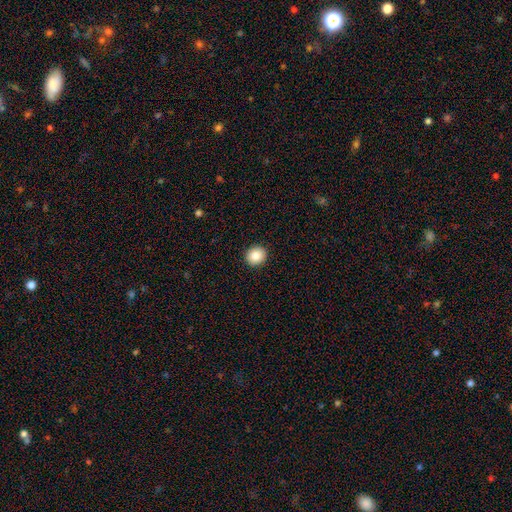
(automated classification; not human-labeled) This is clearly a smooth galaxy (86%). How rounded: clearly round (88%). Merging: clearly none (93%).